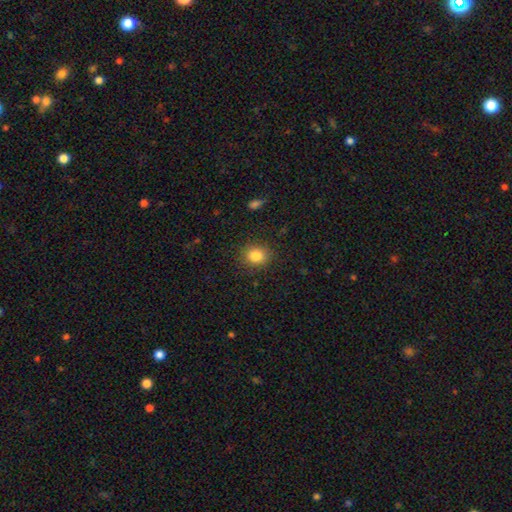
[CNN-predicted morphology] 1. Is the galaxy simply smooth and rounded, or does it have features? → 84% smooth, 11% star or artifact, 6% featured or disk.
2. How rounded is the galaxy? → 75% round, 24% in between, 1% cigar-shaped.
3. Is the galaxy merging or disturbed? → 87% none, 9% minor disturbance, 3% major disturbance, 1% merger.